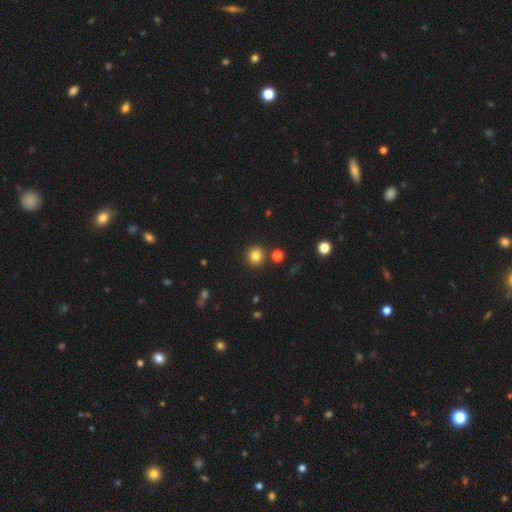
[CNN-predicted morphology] smooth-or-featured: smooth: 82% | star or artifact: 13% | featured or disk: 5%
  how-rounded: round: 92% | in between: 7% | cigar-shaped: 1%
  merging: none: 88% | minor disturbance: 6% | merger: 4% | major disturbance: 2%